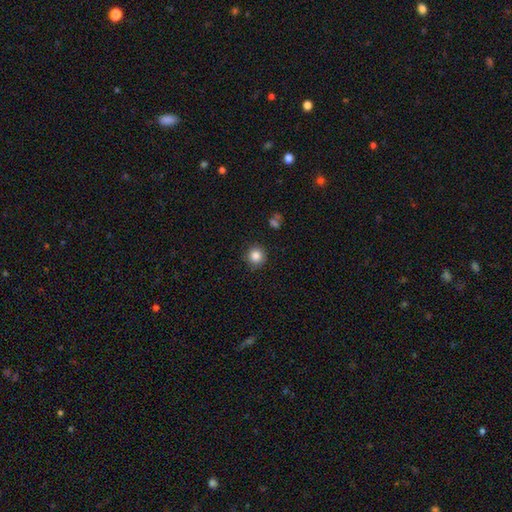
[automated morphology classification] Smooth or featured?
  - smooth: 85% *
  - star or artifact: 10%
  - featured or disk: 4%
How rounded?
  - round: 93% *
  - in between: 6%
  - cigar-shaped: 1%
Merging?
  - none: 87% *
  - minor disturbance: 9%
  - major disturbance: 2%
  - merger: 2%